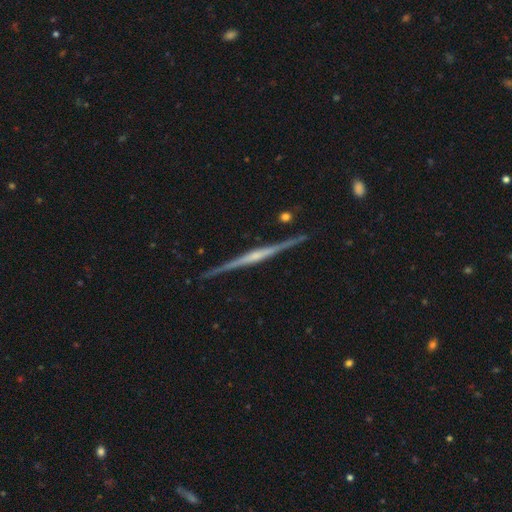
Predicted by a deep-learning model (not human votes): A featured or disk galaxy (84%) viewed edge-on (98%) with a rounded central bulge (51%). Merging: none (90%).